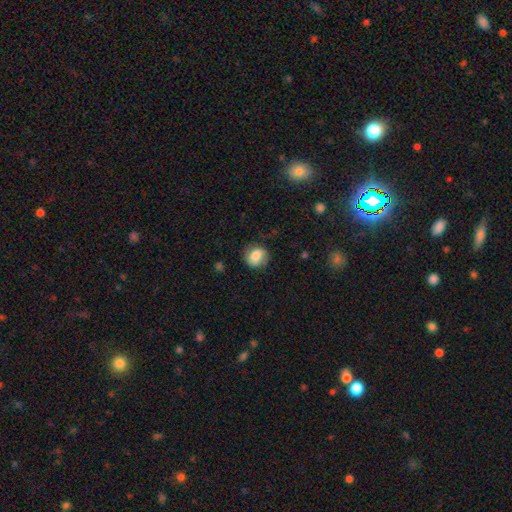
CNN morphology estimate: type=smooth (77%); roundness=round (72%); merging=none (72%).